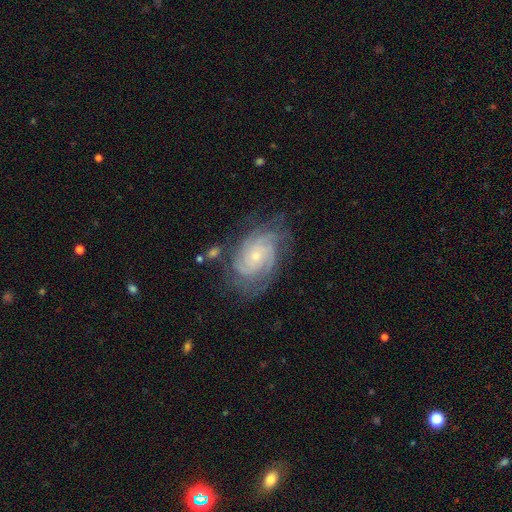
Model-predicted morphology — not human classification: Q: Smooth or featured?
A: featured or disk (86%); runner-up: smooth (8%)
Q: Edge-on disk?
A: no (97%); runner-up: yes (3%)
Q: Bar?
A: no (72%); runner-up: weak (23%)
Q: Spiral arms?
A: yes (97%); runner-up: no (3%)
Q: Spiral winding?
A: tight (68%); runner-up: medium (27%)
Q: Spiral arm count?
A: 3 (25%); runner-up: can't tell (24%)
Q: Bulge size?
A: small (72%); runner-up: moderate (23%)
Q: Merging?
A: none (72%); runner-up: minor disturbance (18%)